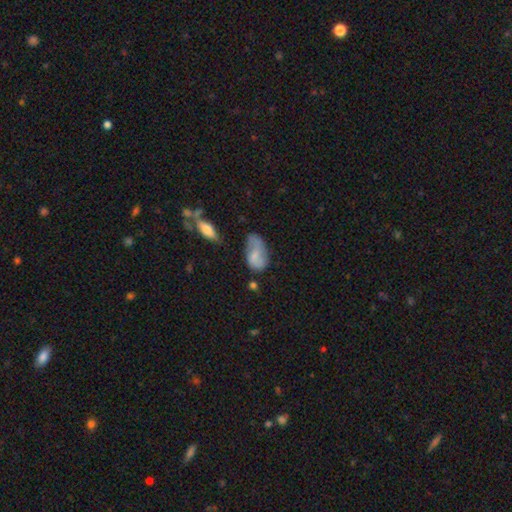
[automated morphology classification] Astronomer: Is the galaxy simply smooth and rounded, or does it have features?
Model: smooth — 59%.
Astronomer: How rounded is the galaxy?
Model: in between — 91%.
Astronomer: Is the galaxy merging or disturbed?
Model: none — 45% (runner-up: minor disturbance, 34%).